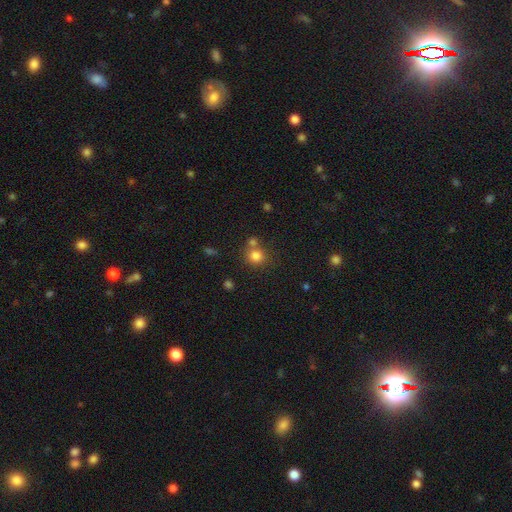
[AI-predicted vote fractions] Smooth or featured? Predicted: smooth (p=0.81). How rounded? Predicted: round (p=0.88). Merging? Predicted: none (p=0.61).